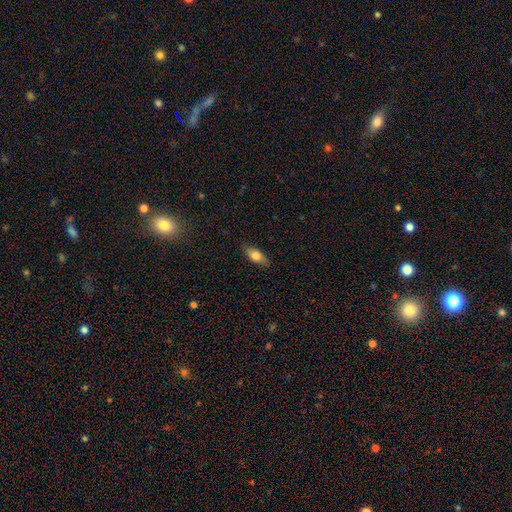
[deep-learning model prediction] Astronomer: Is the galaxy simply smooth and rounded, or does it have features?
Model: smooth — 76%.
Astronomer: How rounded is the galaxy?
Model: in between — 83%.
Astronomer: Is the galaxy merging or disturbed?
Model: none — 82%.